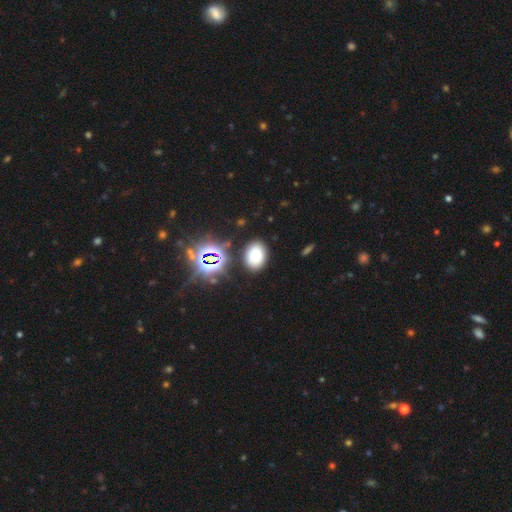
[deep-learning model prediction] Overall: smooth (73%). How rounded: in between (80%). Merging: none (85%).